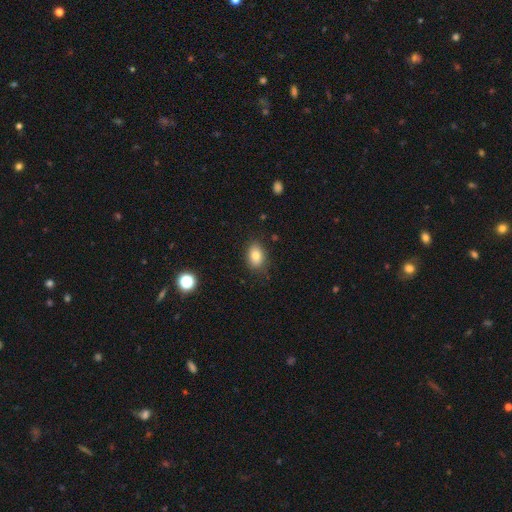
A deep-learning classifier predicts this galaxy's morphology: This is clearly a smooth galaxy (82%). How rounded: likely in between (80%). Merging: clearly none (82%).